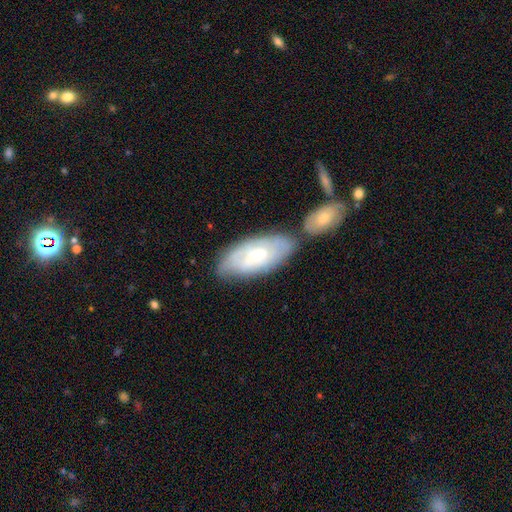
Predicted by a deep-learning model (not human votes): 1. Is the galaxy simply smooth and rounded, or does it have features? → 57% featured or disk, 36% smooth, 6% star or artifact.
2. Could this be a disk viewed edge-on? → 89% no, 11% yes.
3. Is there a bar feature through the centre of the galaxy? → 63% no, 31% weak, 6% strong.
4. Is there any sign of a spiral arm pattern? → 73% yes, 27% no.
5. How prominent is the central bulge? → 61% small, 34% moderate, 2% large, 2% none, 1% dominant.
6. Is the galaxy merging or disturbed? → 59% none, 18% minor disturbance, 18% merger, 5% major disturbance.